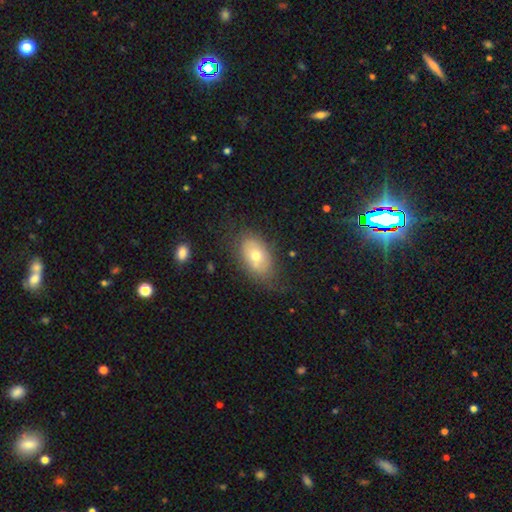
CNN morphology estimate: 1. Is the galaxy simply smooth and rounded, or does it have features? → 61% smooth, 30% featured or disk, 9% star or artifact.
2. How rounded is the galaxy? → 87% in between, 11% round, 2% cigar-shaped.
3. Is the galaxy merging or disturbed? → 64% none, 24% minor disturbance, 10% major disturbance, 3% merger.